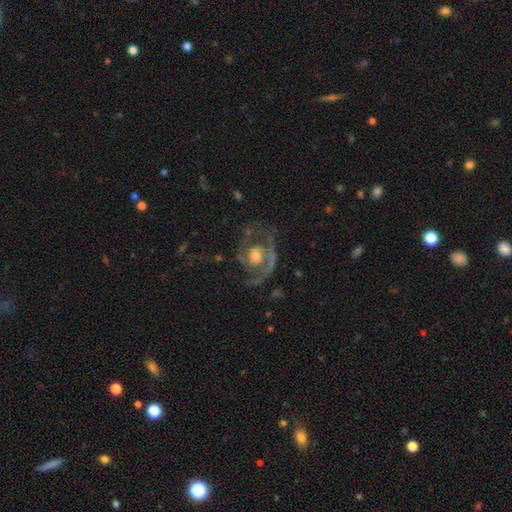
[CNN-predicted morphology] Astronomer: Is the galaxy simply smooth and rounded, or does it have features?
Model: featured or disk — 84%.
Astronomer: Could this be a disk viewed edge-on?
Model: no — 97%.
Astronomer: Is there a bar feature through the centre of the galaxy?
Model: no — 73%.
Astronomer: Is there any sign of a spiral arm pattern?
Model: yes — 90%.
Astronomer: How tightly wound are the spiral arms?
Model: medium — 46% (runner-up: tight, 36%).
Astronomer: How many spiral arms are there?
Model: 2 — 60%.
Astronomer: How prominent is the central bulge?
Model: moderate — 62%.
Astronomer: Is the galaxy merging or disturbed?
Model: none — 57%.